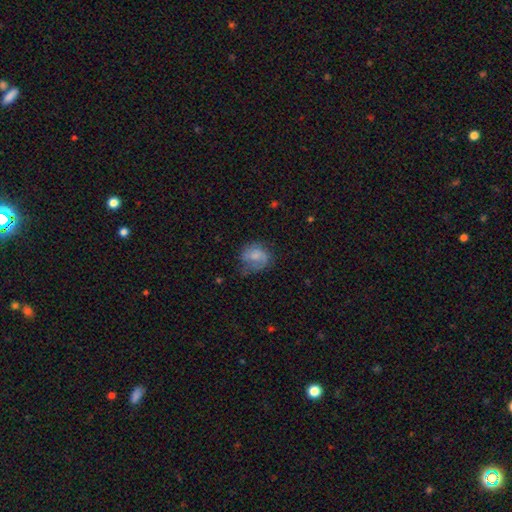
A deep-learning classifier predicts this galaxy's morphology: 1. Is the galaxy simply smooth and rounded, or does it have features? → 57% smooth, 34% featured or disk, 8% star or artifact.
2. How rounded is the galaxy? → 62% round, 37% in between, 1% cigar-shaped.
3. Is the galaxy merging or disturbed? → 47% none, 31% minor disturbance, 20% major disturbance, 2% merger.